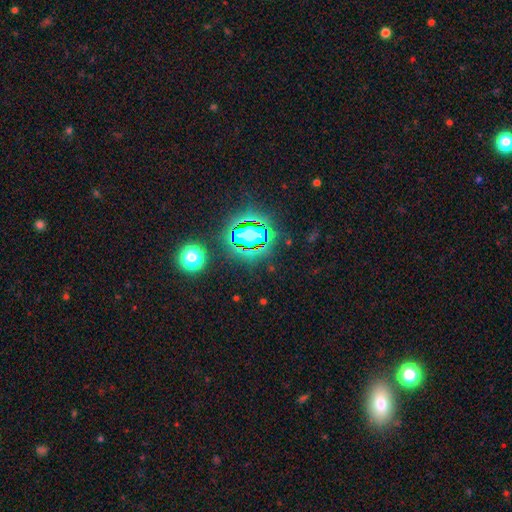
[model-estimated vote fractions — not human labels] smooth_or_featured: star or artifact (p=0.80) [alt: smooth p=0.13]